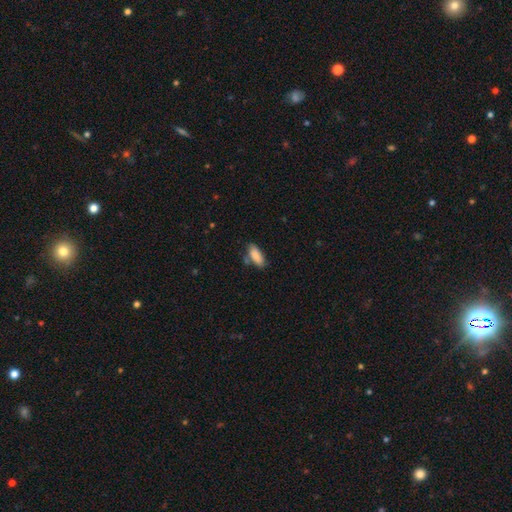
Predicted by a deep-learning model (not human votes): A smooth galaxy with no disk features (88%) that is in between round and cigar-shaped (81%). Merging: none (70%).